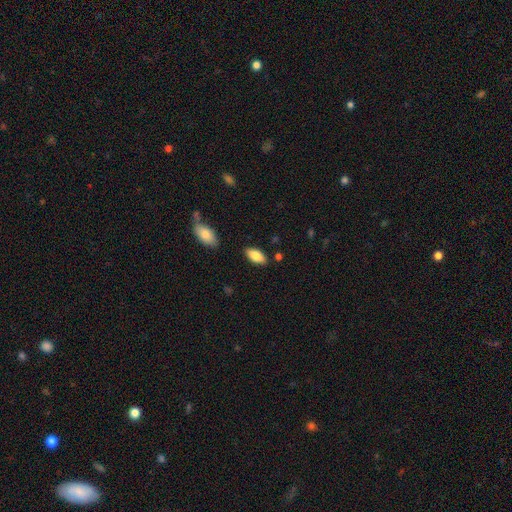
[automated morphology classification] smooth_or_featured: smooth (p=0.84) [alt: featured or disk p=0.10]
how_rounded: in between (p=0.90) [alt: cigar-shaped p=0.08]
merging: none (p=0.85) [alt: minor disturbance p=0.10]